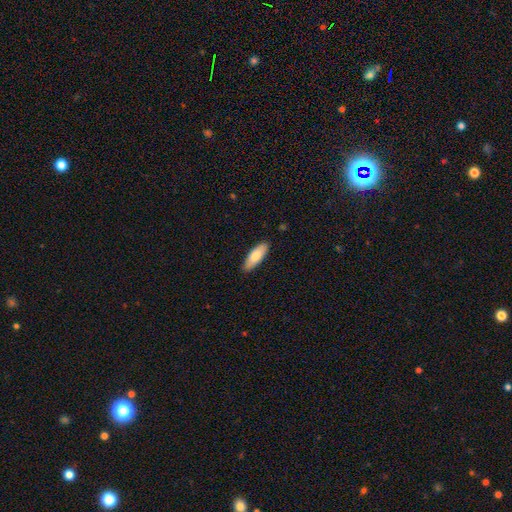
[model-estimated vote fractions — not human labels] Smooth or featured?
  - smooth: 79% *
  - featured or disk: 16%
  - star or artifact: 5%
How rounded?
  - in between: 65% *
  - cigar-shaped: 33%
  - round: 2%
Merging?
  - none: 88% *
  - minor disturbance: 9%
  - major disturbance: 2%
  - merger: 1%